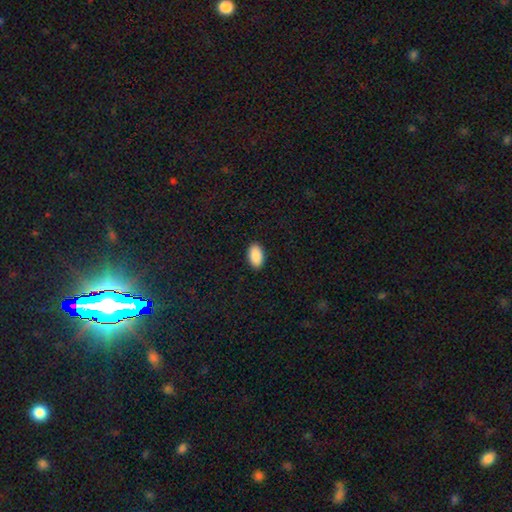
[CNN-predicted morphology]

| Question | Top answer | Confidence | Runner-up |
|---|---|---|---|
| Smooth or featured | smooth | 91% | star or artifact (7%) |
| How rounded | in between | 95% | round (4%) |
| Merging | none | 91% | minor disturbance (7%) |